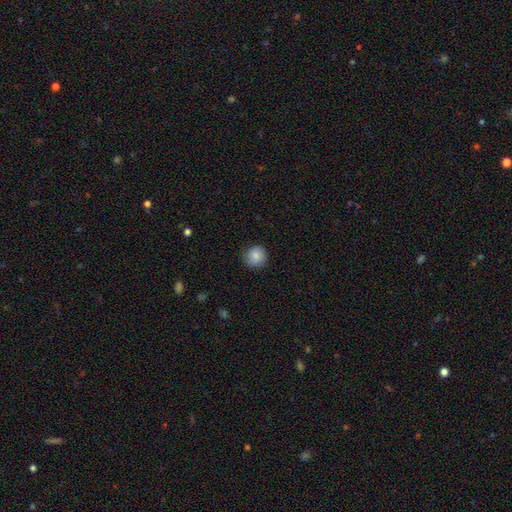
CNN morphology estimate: A smooth galaxy with no disk features (84%) that is round (91%). Merging: none (86%).